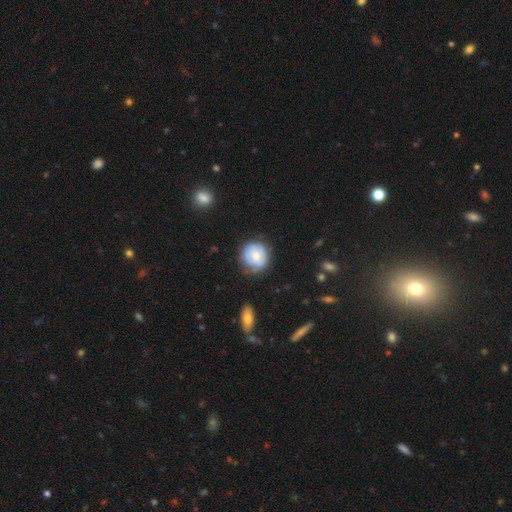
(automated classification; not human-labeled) smooth_or_featured: smooth (p=0.59) [alt: featured or disk p=0.34]
how_rounded: round (p=0.85) [alt: in between p=0.14]
merging: none (p=0.66) [alt: minor disturbance p=0.25]